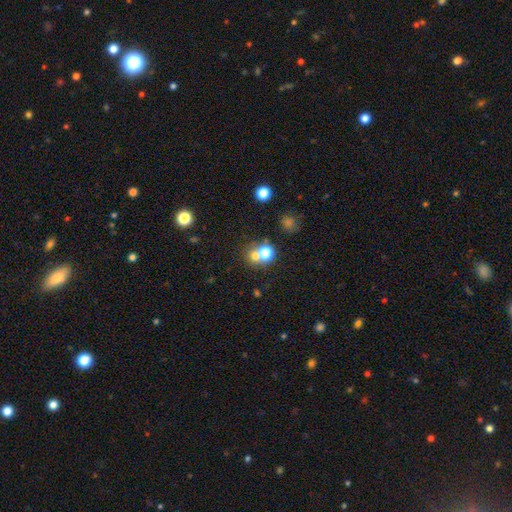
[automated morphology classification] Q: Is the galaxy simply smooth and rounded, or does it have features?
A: smooth — 69%.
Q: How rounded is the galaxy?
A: round — 79%.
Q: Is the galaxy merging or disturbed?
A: merger — 49%.